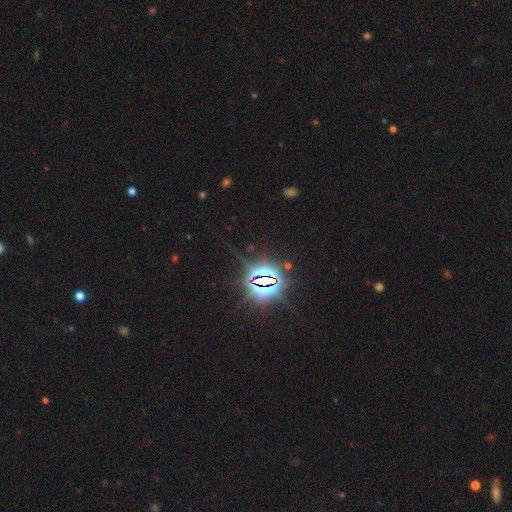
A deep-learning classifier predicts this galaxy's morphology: Overall: star or artifact (85%).